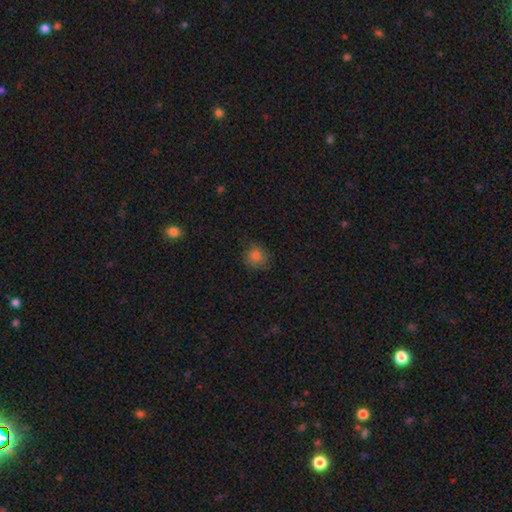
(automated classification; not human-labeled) Q: Smooth or featured?
A: smooth (81%); runner-up: star or artifact (13%)
Q: How rounded?
A: round (88%); runner-up: in between (11%)
Q: Merging?
A: none (79%); runner-up: minor disturbance (16%)